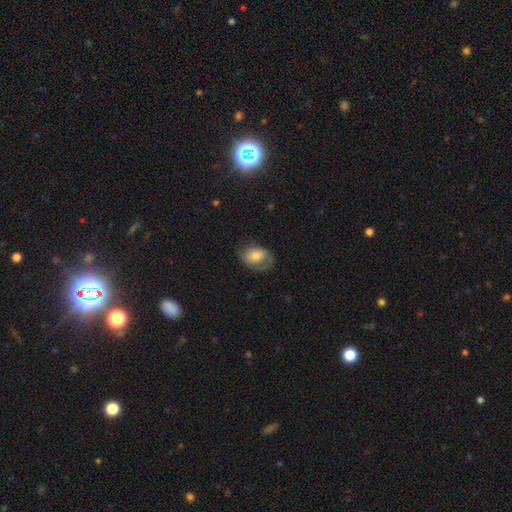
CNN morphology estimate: type=smooth (59%); roundness=in between (72%); merging=none (54%).